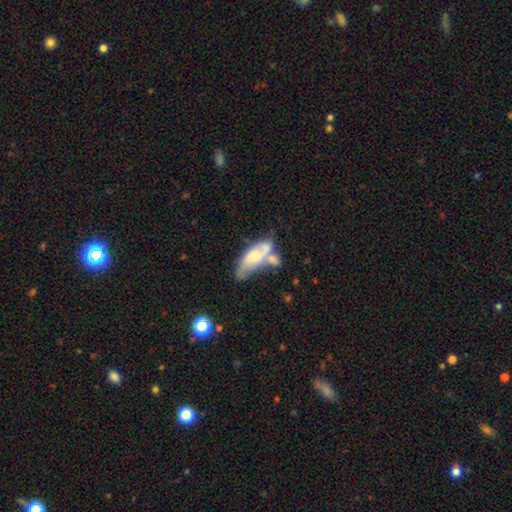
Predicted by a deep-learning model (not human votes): smooth_or_featured: smooth (p=0.48) [alt: featured or disk p=0.45]
merging: merger (p=0.44) [alt: none p=0.24]